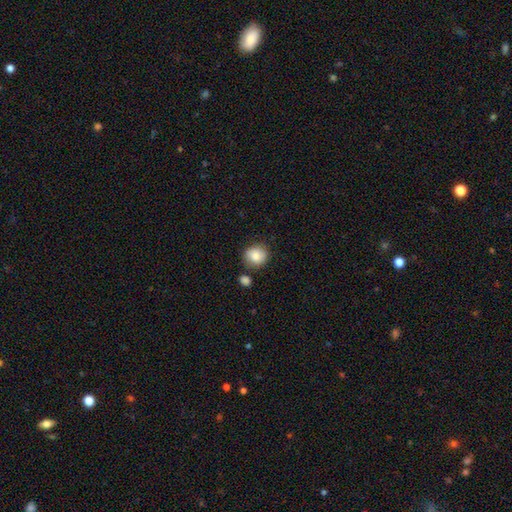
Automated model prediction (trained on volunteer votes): A smooth galaxy with no disk features (84%) that is round (83%). Merging: none (75%).